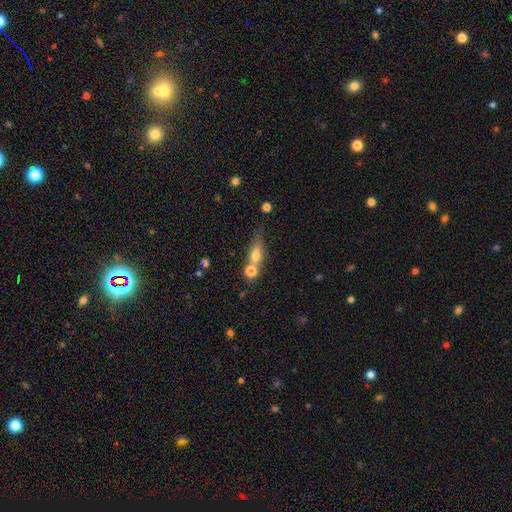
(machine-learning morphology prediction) type=smooth (64%); roundness=in between (48%); merging=merger (40%).